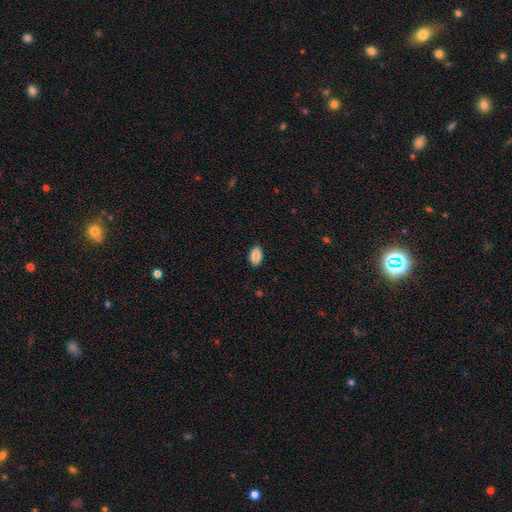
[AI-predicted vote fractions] The model was most divided on "merging": none: 88%, minor disturbance: 9%, major disturbance: 2%, merger: 1%. More confident: how rounded — in between (92%); smooth or featured — smooth (90%).